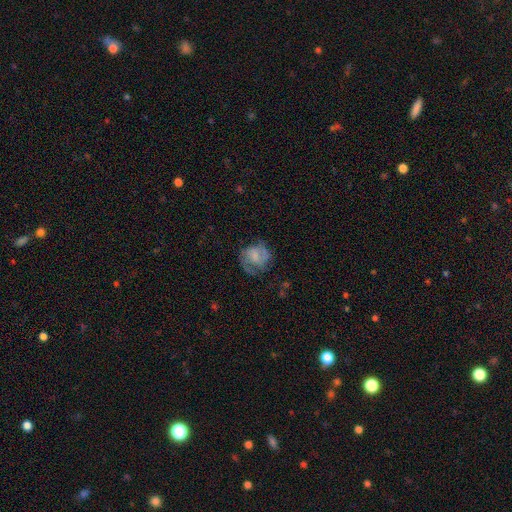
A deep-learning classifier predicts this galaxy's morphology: Q: Smooth or featured?
A: featured or disk (64%); runner-up: smooth (28%)
Q: Edge-on disk?
A: no (98%); runner-up: yes (2%)
Q: Bar?
A: weak (44%); runner-up: no (43%)
Q: Spiral arms?
A: yes (87%); runner-up: no (13%)
Q: Spiral winding?
A: medium (48%); runner-up: tight (31%)
Q: Spiral arm count?
A: 2 (72%); runner-up: can't tell (13%)
Q: Bulge size?
A: small (33%); runner-up: none (32%)
Q: Merging?
A: none (59%); runner-up: minor disturbance (22%)